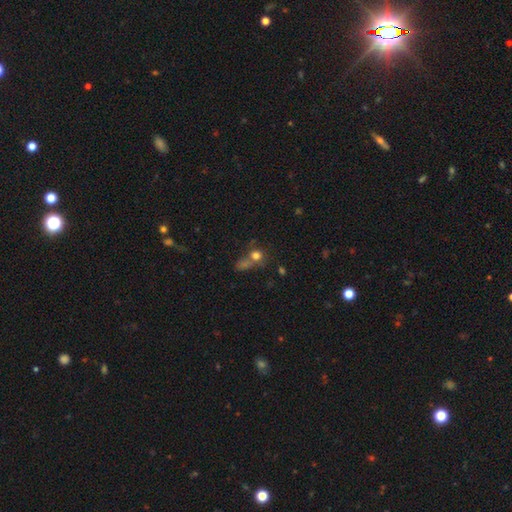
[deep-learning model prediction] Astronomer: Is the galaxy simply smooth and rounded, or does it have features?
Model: smooth — 71%.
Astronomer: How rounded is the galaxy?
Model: round — 79%.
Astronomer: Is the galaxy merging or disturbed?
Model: none — 44% (runner-up: merger, 34%).